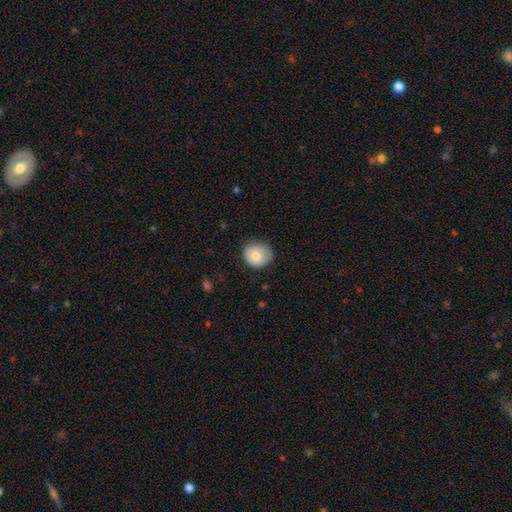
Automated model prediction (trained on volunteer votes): This is likely a smooth galaxy (78%). How rounded: likely round (74%). Merging: likely none (72%).